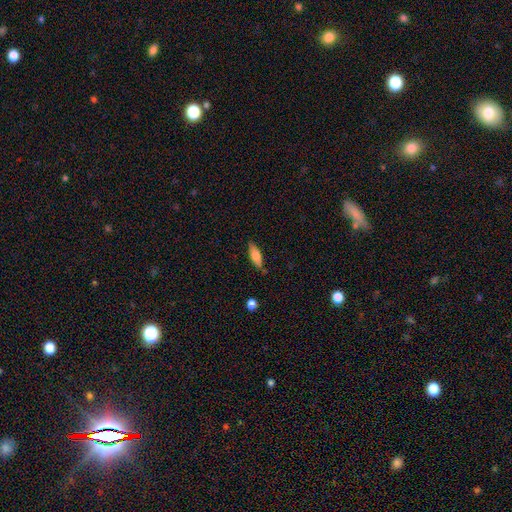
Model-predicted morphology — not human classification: smooth-or-featured: smooth: 71% | featured or disk: 23% | star or artifact: 6%
  how-rounded: in between: 55% | cigar-shaped: 43% | round: 2%
  merging: none: 79% | minor disturbance: 16% | major disturbance: 3% | merger: 3%